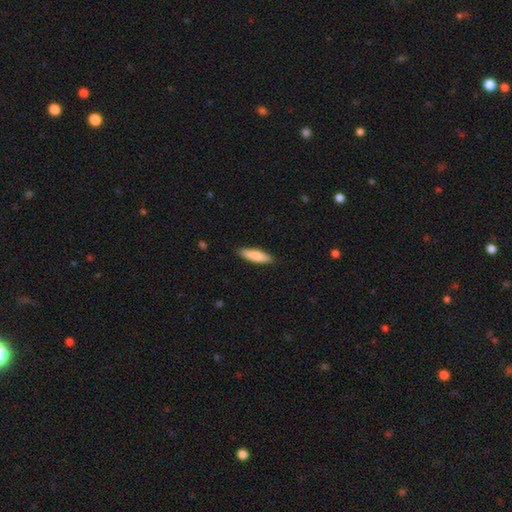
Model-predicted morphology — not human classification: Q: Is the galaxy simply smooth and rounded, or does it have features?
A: smooth — 82%.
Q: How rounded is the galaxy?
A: cigar-shaped — 68%.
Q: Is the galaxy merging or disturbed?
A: none — 88%.